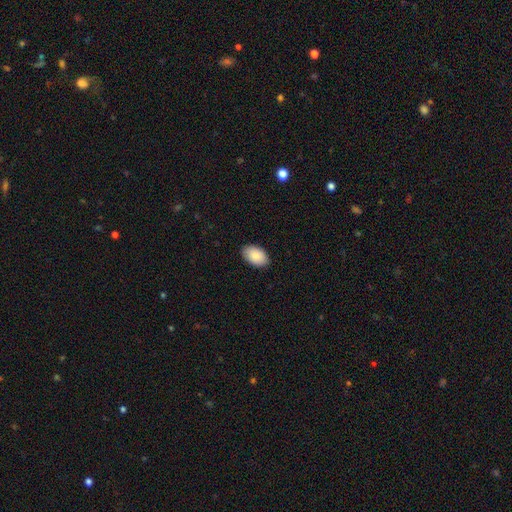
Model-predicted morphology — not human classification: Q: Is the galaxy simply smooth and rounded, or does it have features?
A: smooth — 88%.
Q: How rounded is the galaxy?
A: in between — 93%.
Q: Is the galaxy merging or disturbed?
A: none — 89%.